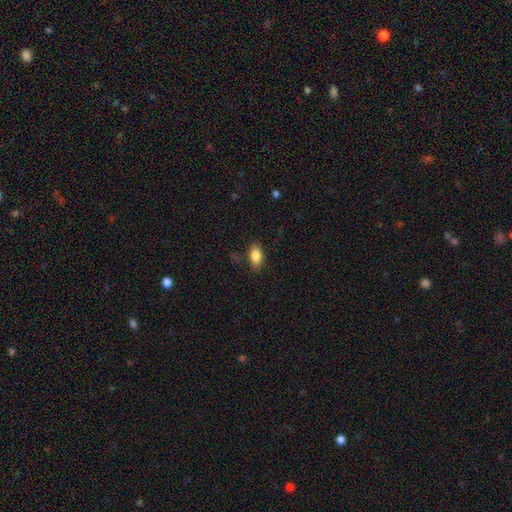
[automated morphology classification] Smooth or featured?
  - smooth: 84% *
  - featured or disk: 9%
  - star or artifact: 8%
How rounded?
  - in between: 88% *
  - cigar-shaped: 6%
  - round: 6%
Merging?
  - none: 84% *
  - minor disturbance: 12%
  - major disturbance: 3%
  - merger: 1%